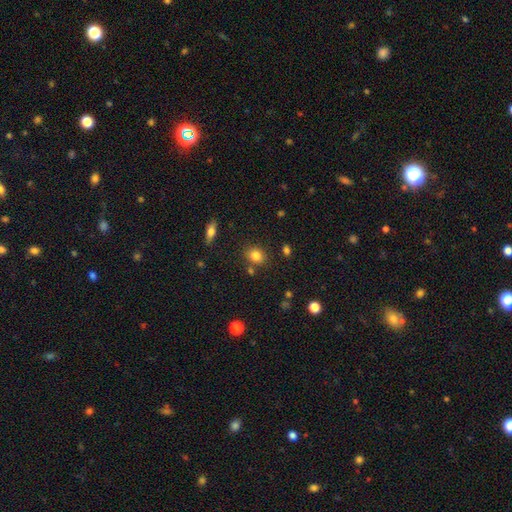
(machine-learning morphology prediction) A smooth galaxy with no disk features (82%) that is round (57%).

Vote fractions:
- Smooth or featured? smooth: 82% / star or artifact: 11% / featured or disk: 7%
- How rounded? round: 57% / in between: 42% / cigar-shaped: 1%
- Merging? none: 78% / minor disturbance: 11% / merger: 7% / major disturbance: 3%